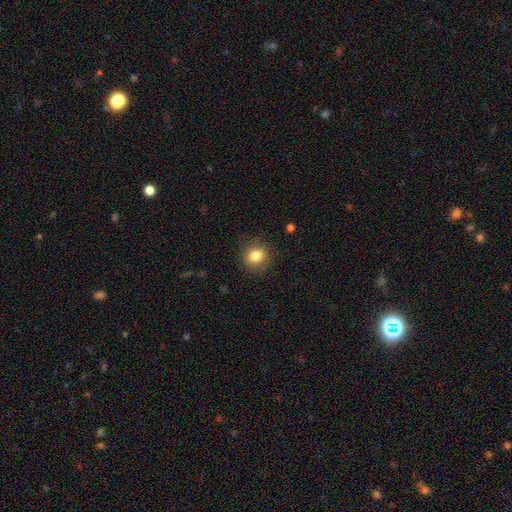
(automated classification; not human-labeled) smooth 82%, star or artifact 10%, featured or disk 8%. Down the decision tree: how rounded — round (71%); merging — none (87%).